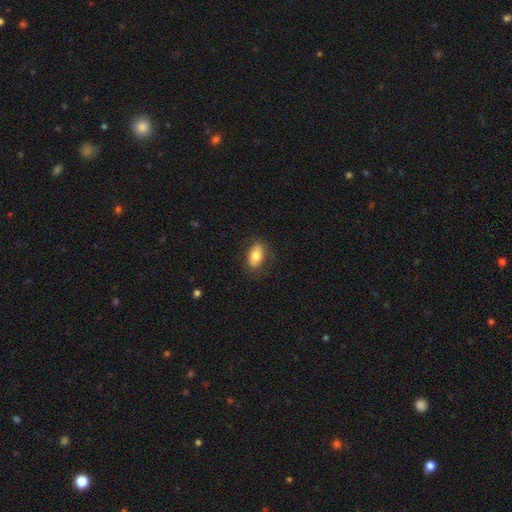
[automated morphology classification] A smooth galaxy with no disk features (78%) that is in between round and cigar-shaped (90%).

Vote fractions:
- Smooth or featured? smooth: 78% / featured or disk: 15% / star or artifact: 7%
- How rounded? in between: 90% / round: 8% / cigar-shaped: 3%
- Merging? none: 82% / minor disturbance: 13% / major disturbance: 4% / merger: 1%